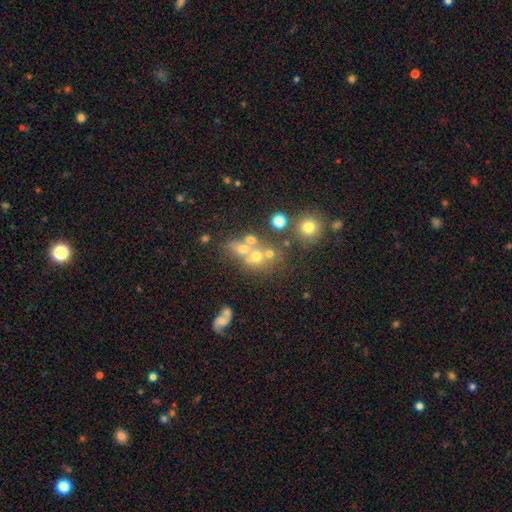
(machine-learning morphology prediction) The model was most divided on "merging": merger: 41%, none: 40%, minor disturbance: 10%, major disturbance: 8%. Remaining: smooth or featured — smooth (44%).